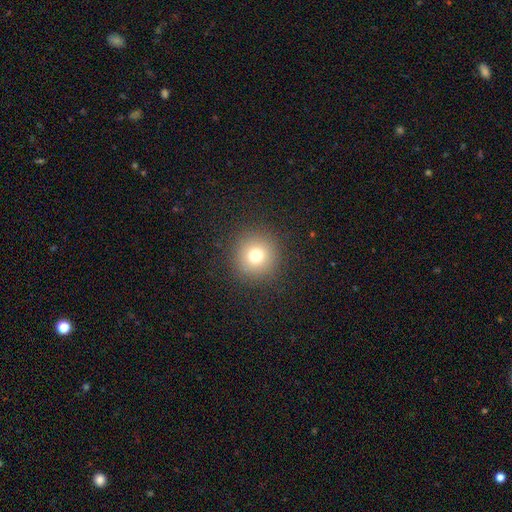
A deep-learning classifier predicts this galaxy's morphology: Smooth or featured? Predicted: smooth (p=0.74). How rounded? Predicted: round (p=0.95). Merging? Predicted: none (p=0.91).